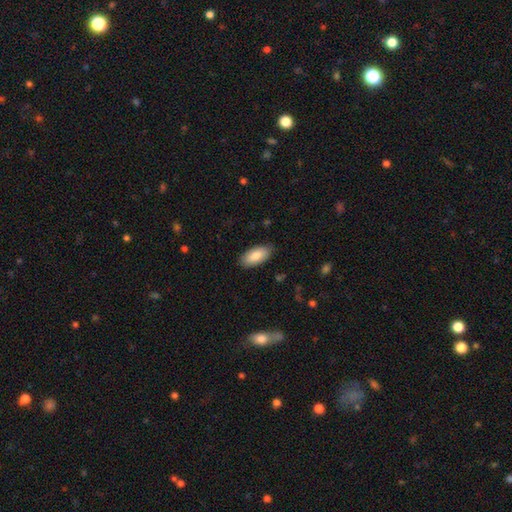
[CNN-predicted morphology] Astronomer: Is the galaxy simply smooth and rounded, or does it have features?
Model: smooth — 86%.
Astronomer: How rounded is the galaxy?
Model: in between — 92%.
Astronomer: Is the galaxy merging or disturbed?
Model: none — 85%.